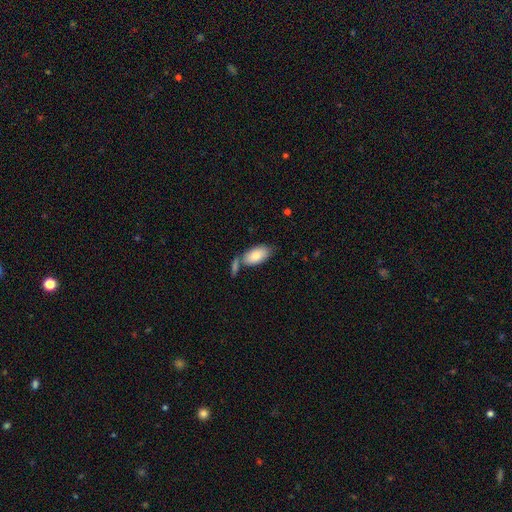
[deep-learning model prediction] A smooth galaxy with no disk features (80%) that is in between round and cigar-shaped (94%).

Vote fractions:
- Smooth or featured? smooth: 80% / featured or disk: 14% / star or artifact: 6%
- How rounded? in between: 94% / cigar-shaped: 4% / round: 3%
- Merging? none: 58% / merger: 23% / minor disturbance: 15% / major disturbance: 4%